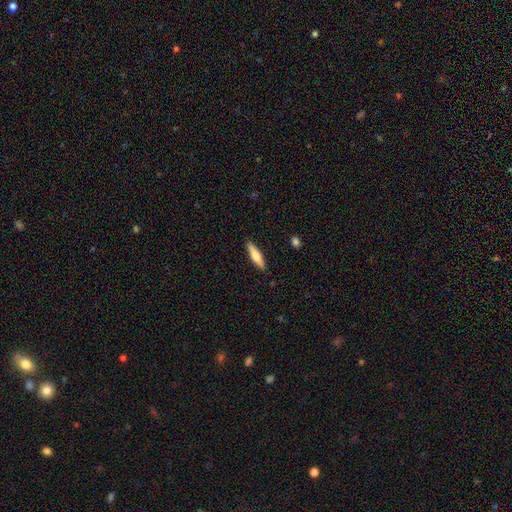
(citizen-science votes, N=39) Smooth or featured?
  - smooth: 69% *
  - featured or disk: 26%
  - star or artifact: 5%
How rounded?
  - cigar-shaped: 81% *
  - in between: 19%
  - round: 0%
Merging?
  - none: 76% *
  - minor disturbance: 11%
  - major disturbance: 11%
  - merger: 3%